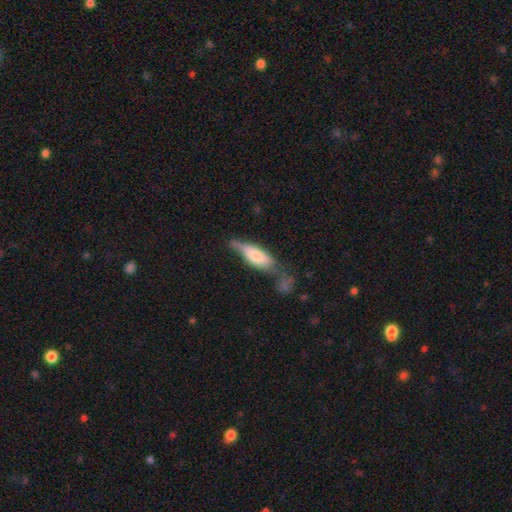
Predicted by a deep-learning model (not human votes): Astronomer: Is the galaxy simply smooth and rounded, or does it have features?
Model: smooth — 62%.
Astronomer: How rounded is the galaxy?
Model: in between — 57% (runner-up: cigar-shaped, 41%).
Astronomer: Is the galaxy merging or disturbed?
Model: none — 36% (runner-up: minor disturbance, 30%).